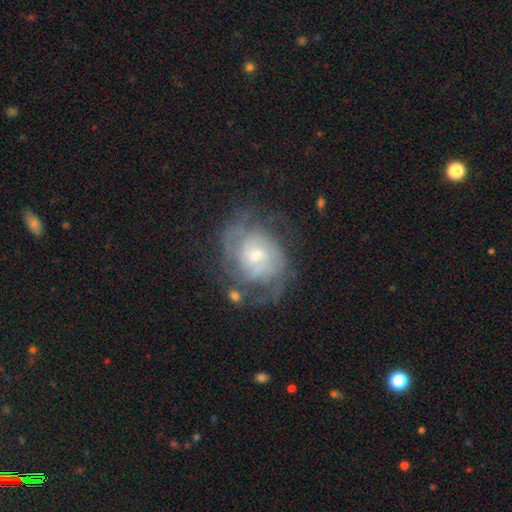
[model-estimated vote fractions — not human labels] Q: Smooth or featured?
A: featured or disk (80%); runner-up: smooth (14%)
Q: Edge-on disk?
A: no (97%); runner-up: yes (3%)
Q: Bar?
A: no (58%); runner-up: weak (37%)
Q: Spiral arms?
A: yes (89%); runner-up: no (11%)
Q: Spiral winding?
A: tight (52%); runner-up: medium (36%)
Q: Spiral arm count?
A: can't tell (38%); runner-up: 2 (30%)
Q: Bulge size?
A: moderate (49%); runner-up: small (42%)
Q: Merging?
A: none (59%); runner-up: minor disturbance (22%)